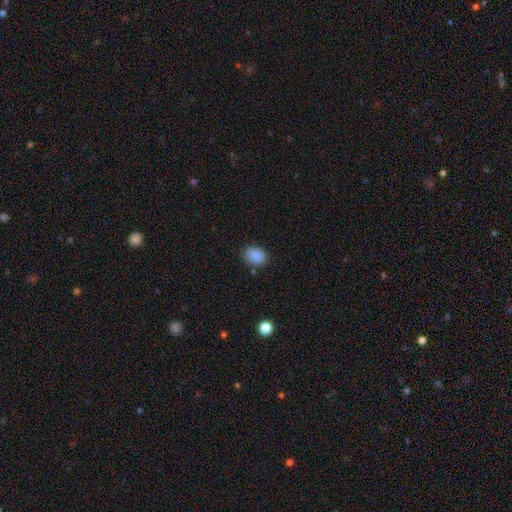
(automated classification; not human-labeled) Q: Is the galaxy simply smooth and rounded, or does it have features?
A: smooth — 88%.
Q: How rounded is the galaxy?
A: in between — 71%.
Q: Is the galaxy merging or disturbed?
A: none — 79%.